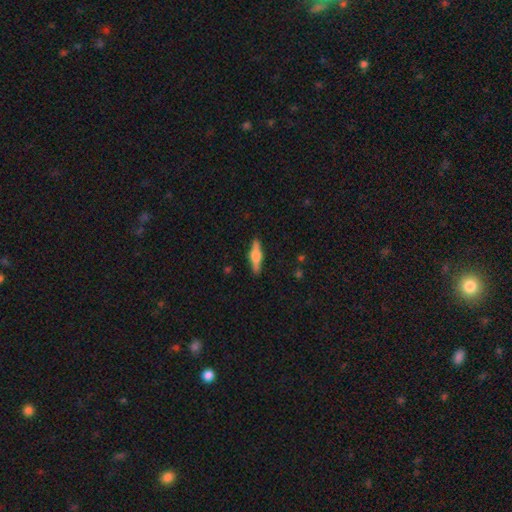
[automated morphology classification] smooth_or_featured: featured or disk (p=0.53) [alt: smooth p=0.41]
disk_edge_on: yes (p=0.95) [alt: no p=0.05]
edge_on_bulge: rounded (p=0.89) [alt: boxy p=0.09]
merging: none (p=0.88) [alt: minor disturbance p=0.09]